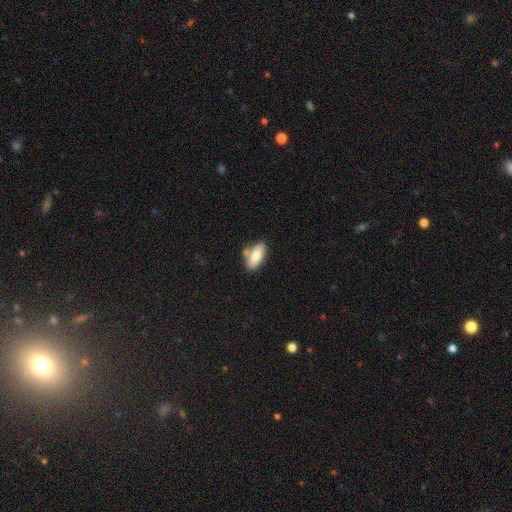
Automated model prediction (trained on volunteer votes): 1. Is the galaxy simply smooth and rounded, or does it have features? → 80% smooth, 13% featured or disk, 7% star or artifact.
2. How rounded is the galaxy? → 88% in between, 9% cigar-shaped, 3% round.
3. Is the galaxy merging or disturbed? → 65% none, 17% minor disturbance, 14% merger, 4% major disturbance.